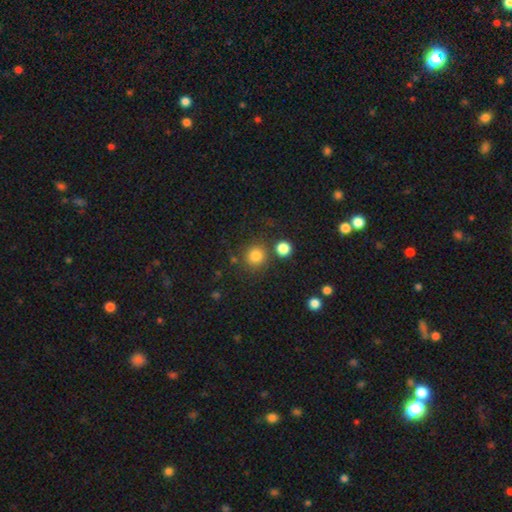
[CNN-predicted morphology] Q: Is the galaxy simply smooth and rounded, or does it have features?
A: smooth — 82%.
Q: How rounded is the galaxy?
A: round — 92%.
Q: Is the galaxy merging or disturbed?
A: none — 75%.